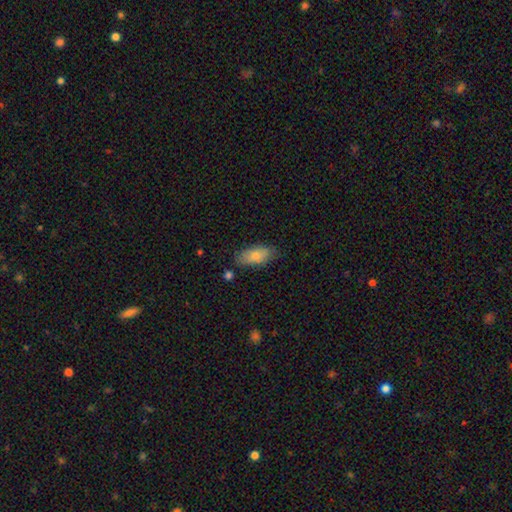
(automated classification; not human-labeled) Smooth or featured?
  - smooth: 75% *
  - featured or disk: 17%
  - star or artifact: 7%
How rounded?
  - in between: 86% *
  - cigar-shaped: 11%
  - round: 3%
Merging?
  - none: 78% *
  - minor disturbance: 16%
  - major disturbance: 3%
  - merger: 3%